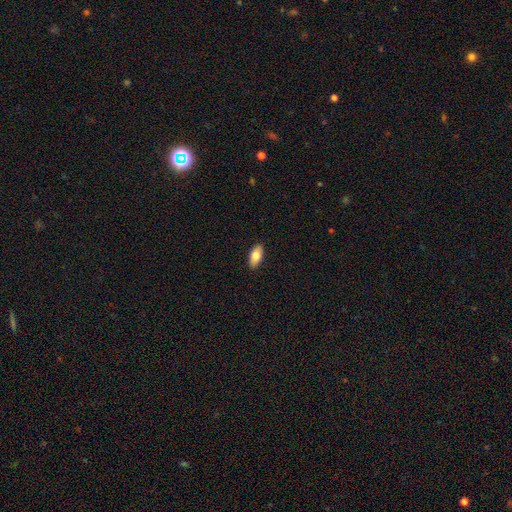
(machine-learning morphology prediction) A smooth galaxy with no disk features (80%) that is in between round and cigar-shaped (89%). Merging: none (90%).